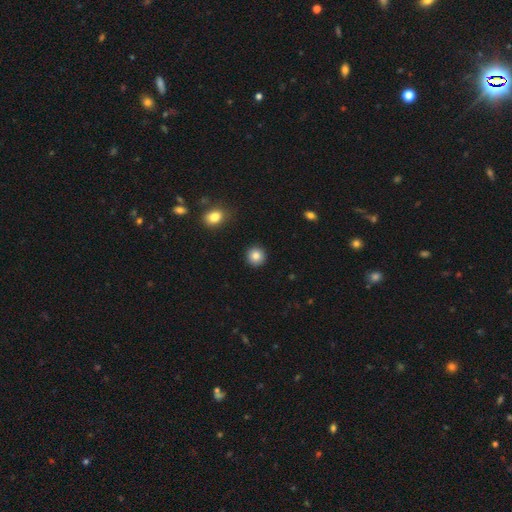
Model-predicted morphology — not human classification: The model was most divided on "smooth or featured": smooth: 86%, star or artifact: 9%, featured or disk: 5%. More confident: how rounded — round (93%); merging — none (92%).